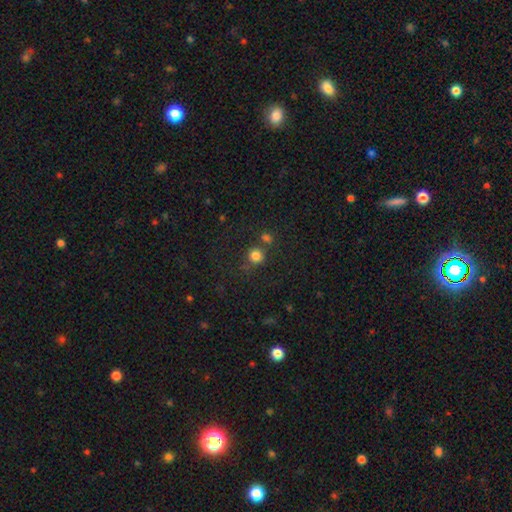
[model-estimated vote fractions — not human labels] smooth-or-featured: smooth: 80% | star or artifact: 14% | featured or disk: 6%
  how-rounded: round: 90% | in between: 9% | cigar-shaped: 1%
  merging: none: 67% | merger: 18% | minor disturbance: 10% | major disturbance: 5%